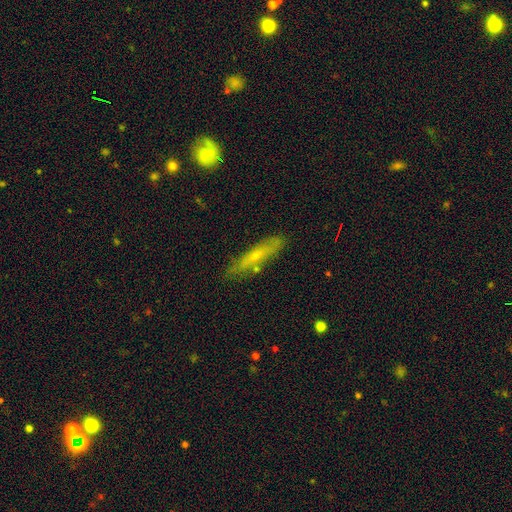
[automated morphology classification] A smooth galaxy with no disk features (49%).

Vote fractions:
- Smooth or featured? smooth: 49% / featured or disk: 43% / star or artifact: 8%
- Merging? none: 78% / minor disturbance: 16% / major disturbance: 3% / merger: 3%